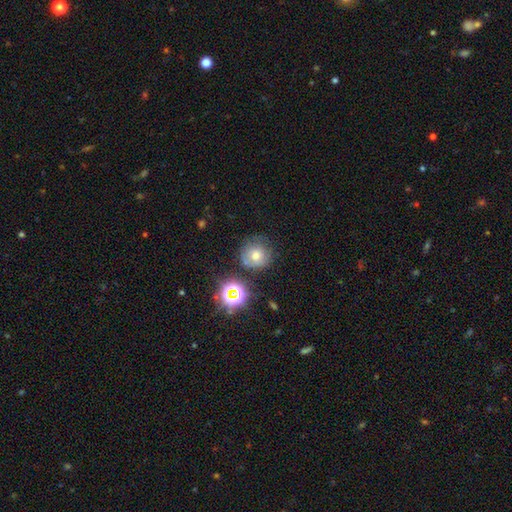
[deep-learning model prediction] Overall: smooth (54%; star or artifact 24%). How rounded: round (90%). Merging: none (70%).